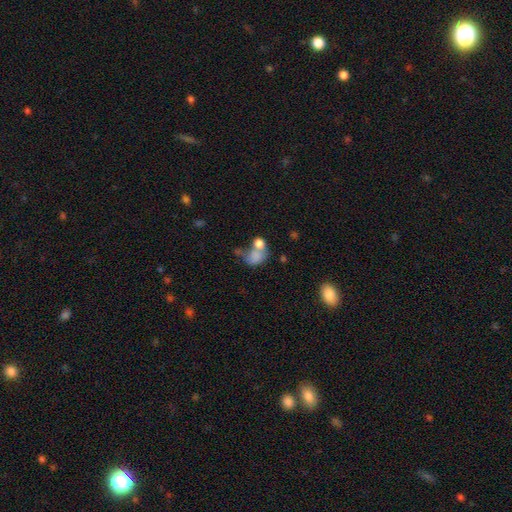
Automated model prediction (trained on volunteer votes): Overall: smooth (73%). How rounded: in between (57%; round 41%). Merging: merger (46%; none 23%).